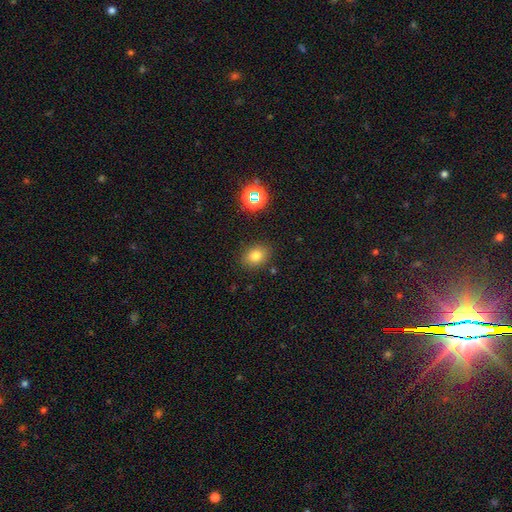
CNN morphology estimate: Smooth or featured?
  - smooth: 77% *
  - star or artifact: 15%
  - featured or disk: 8%
How rounded?
  - in between: 54% *
  - round: 45%
  - cigar-shaped: 1%
Merging?
  - none: 85% *
  - minor disturbance: 10%
  - major disturbance: 3%
  - merger: 2%